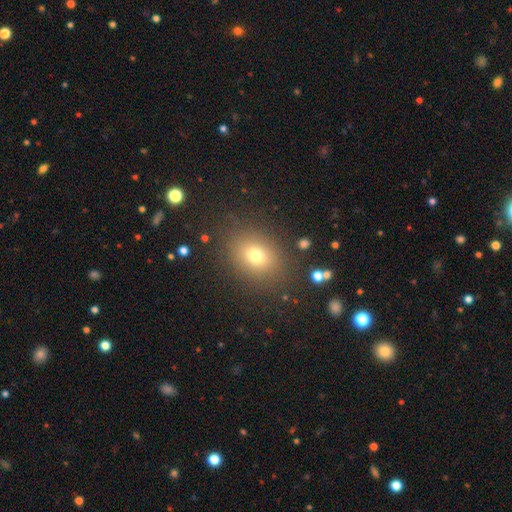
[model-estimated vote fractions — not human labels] Smooth or featured? smooth (72%)
How rounded? in between (50%)
Merging? none (84%)